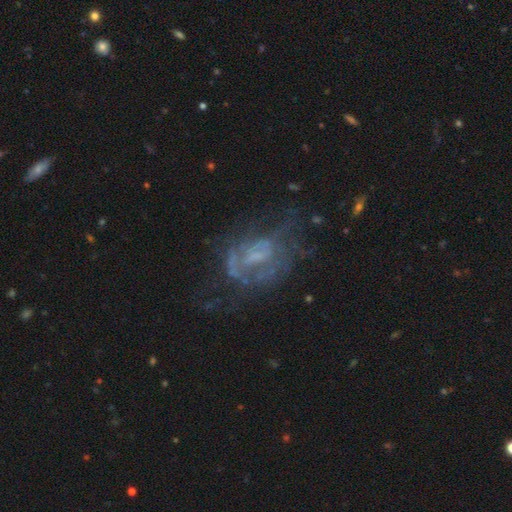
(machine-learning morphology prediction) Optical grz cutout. It shows a featured or disk galaxy (66%) with no bar (59%), no spiral arms (54%) and no central bulge (40%). Merging: none (42%).